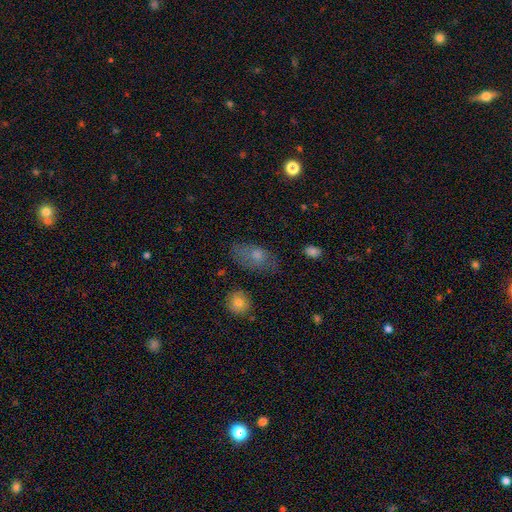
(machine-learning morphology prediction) type=smooth (69%); roundness=in between (86%); merging=none (63%).